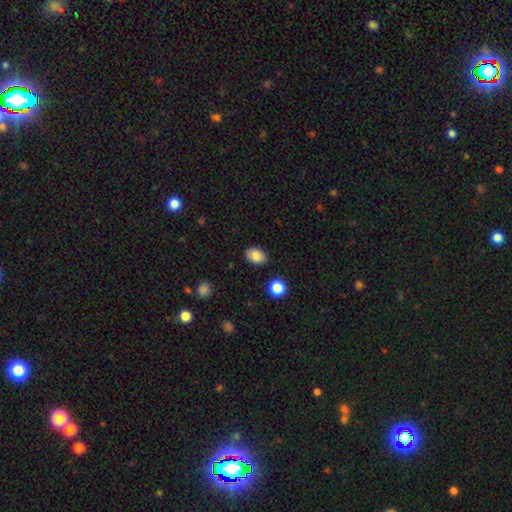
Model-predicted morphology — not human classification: This is clearly a smooth galaxy (84%). How rounded: likely in between (79%). Merging: clearly none (86%).